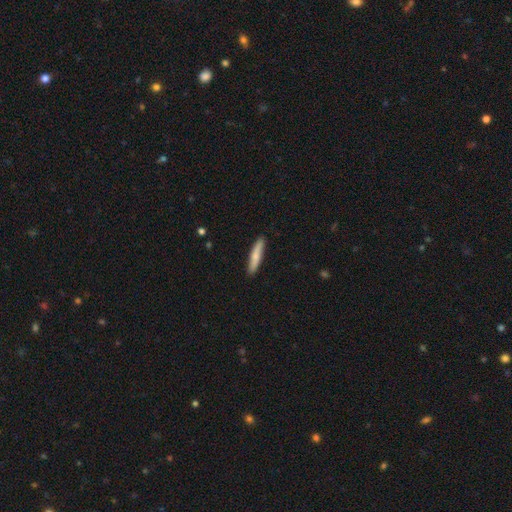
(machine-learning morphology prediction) Smooth or featured? smooth (73%)
How rounded? cigar-shaped (88%)
Merging? none (89%)